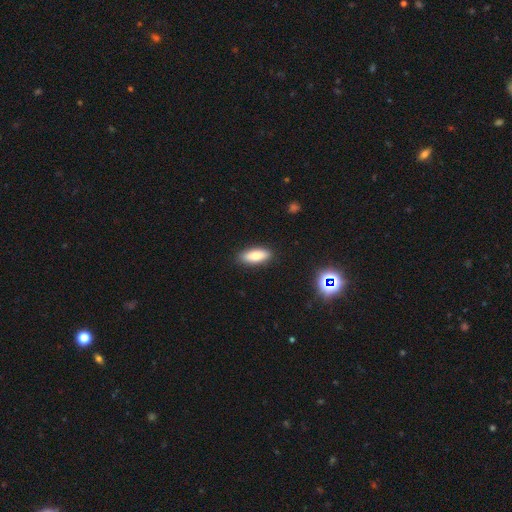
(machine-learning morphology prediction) Smooth or featured?
  - smooth: 83% *
  - featured or disk: 10%
  - star or artifact: 7%
How rounded?
  - in between: 74% *
  - cigar-shaped: 24%
  - round: 2%
Merging?
  - none: 89% *
  - minor disturbance: 8%
  - major disturbance: 2%
  - merger: 1%